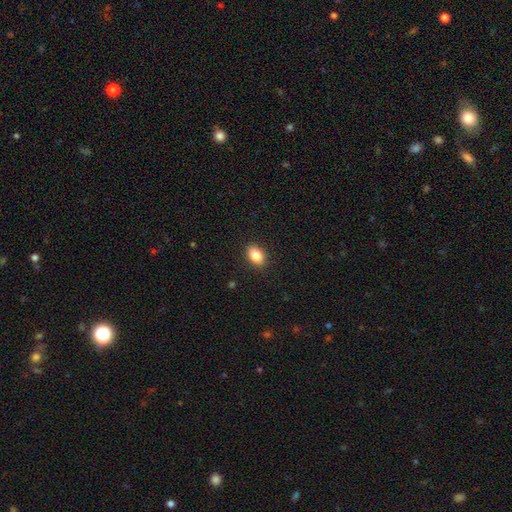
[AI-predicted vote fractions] This is clearly a smooth galaxy (85%). How rounded: clearly in between (83%). Merging: clearly none (89%).